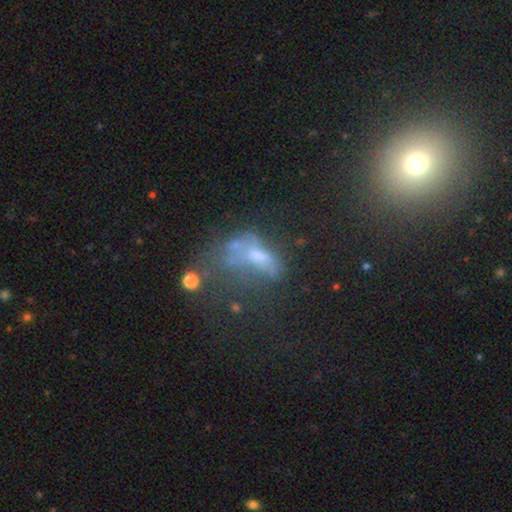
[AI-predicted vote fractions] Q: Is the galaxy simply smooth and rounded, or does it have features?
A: featured or disk — 37%, tied with smooth.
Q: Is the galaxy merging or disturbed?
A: major disturbance — 42%.